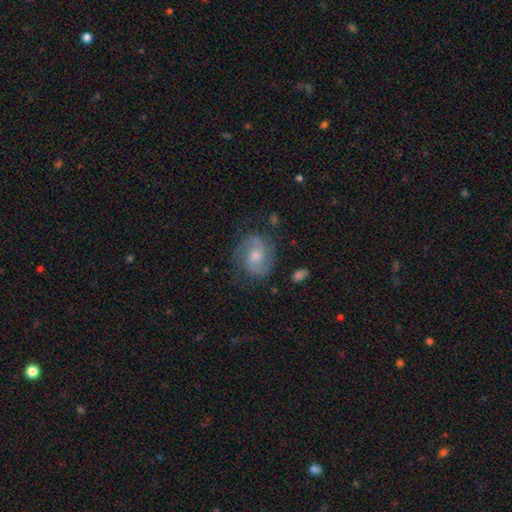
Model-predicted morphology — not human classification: Smooth or featured: featured or disk — 80% (smooth — 13%)
Edge-on disk: no — 98% (yes — 2%)
Bar: no — 54% (weak — 39%)
Spiral arms: yes — 96% (no — 4%)
Spiral winding: medium — 54% (tight — 24%)
Spiral arm count: 2 — 90% (can't tell — 4%)
Bulge size: moderate — 53% (small — 38%)
Merging: none — 77% (minor disturbance — 15%)